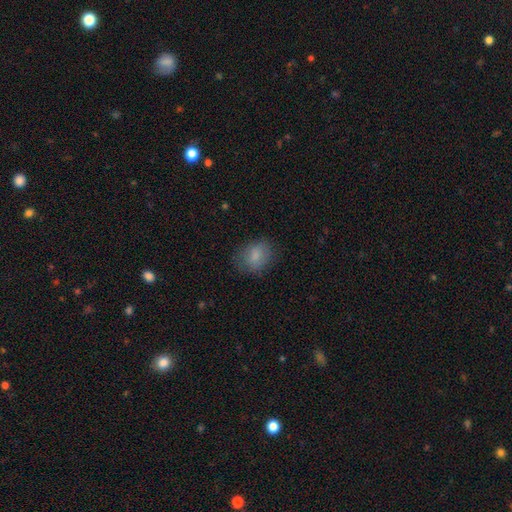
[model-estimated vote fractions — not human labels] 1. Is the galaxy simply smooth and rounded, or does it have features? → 81% smooth, 10% featured or disk, 9% star or artifact.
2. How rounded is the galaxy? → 62% in between, 37% round, 1% cigar-shaped.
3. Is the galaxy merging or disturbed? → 74% none, 18% minor disturbance, 7% major disturbance, 1% merger.